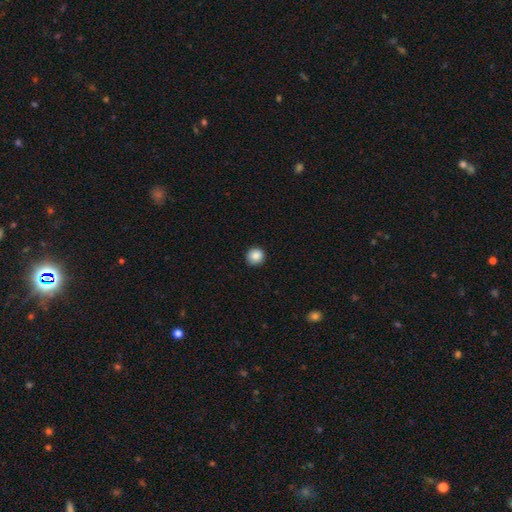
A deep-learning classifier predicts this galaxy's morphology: Smooth or featured: smooth — 87% (star or artifact — 9%)
How rounded: round — 92% (in between — 7%)
Merging: none — 89% (minor disturbance — 9%)